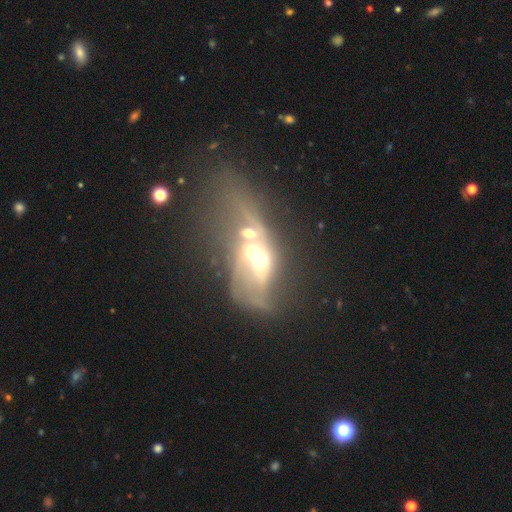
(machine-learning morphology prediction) This is possibly a featured or disk galaxy (52%). It is clearly not viewed edge-on (90%). Merging: likely merger (75%).